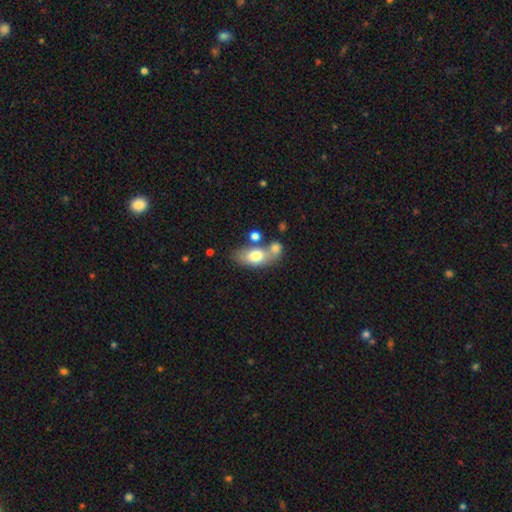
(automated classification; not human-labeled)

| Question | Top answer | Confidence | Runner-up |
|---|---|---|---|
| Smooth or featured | smooth | 72% | featured or disk (21%) |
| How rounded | in between | 85% | round (10%) |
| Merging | none | 43% | merger (37%) |